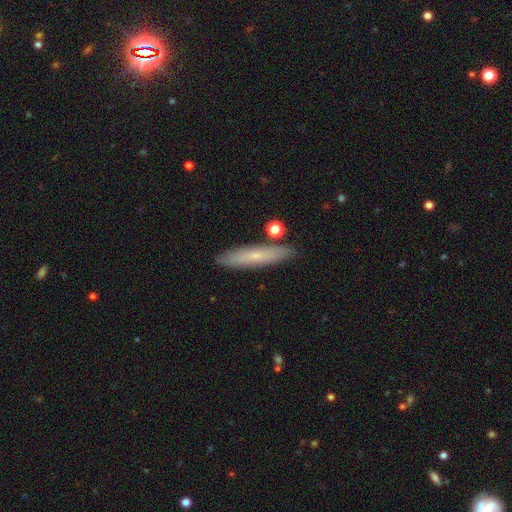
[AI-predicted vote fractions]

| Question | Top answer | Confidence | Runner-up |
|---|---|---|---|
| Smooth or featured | smooth | 60% | featured or disk (33%) |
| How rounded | cigar-shaped | 85% | in between (13%) |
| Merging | none | 85% | minor disturbance (10%) |